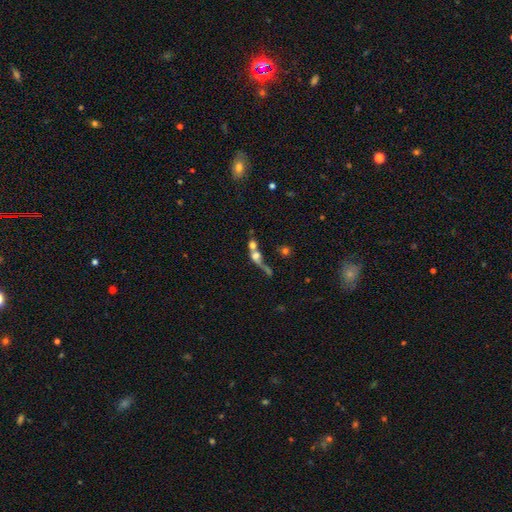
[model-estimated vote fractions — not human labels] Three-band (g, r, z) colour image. It shows a smooth galaxy with no disk features (49%). Merging: merger (58%).